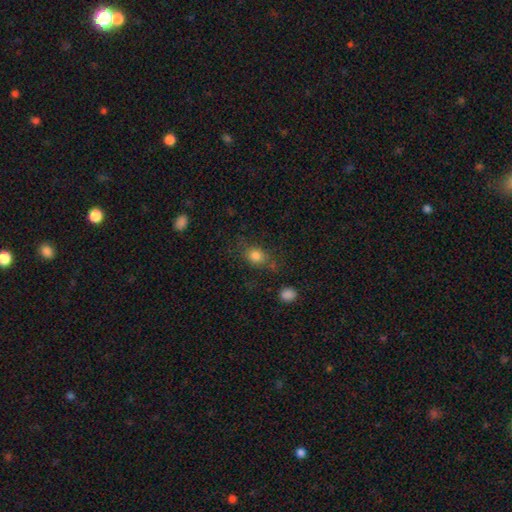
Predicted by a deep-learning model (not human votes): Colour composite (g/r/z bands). It shows a smooth galaxy with no disk features (79%) that is round (54%). Merging: none (66%).